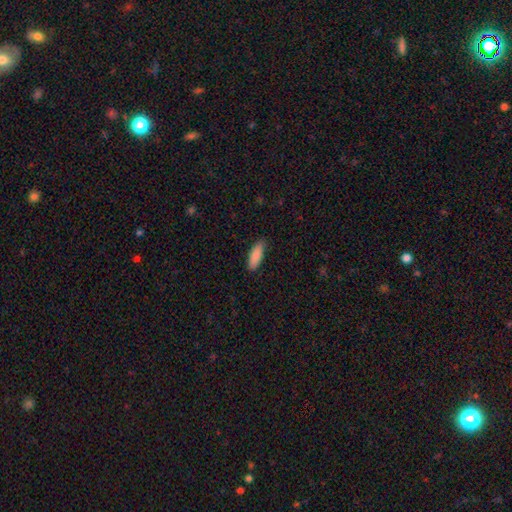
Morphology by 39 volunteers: This appears to be a smooth galaxy with no disk features (85%) that is cigar-shaped (58%). Merging: none (77%).